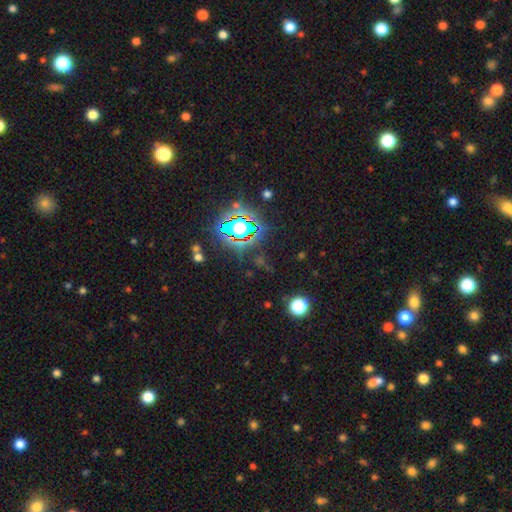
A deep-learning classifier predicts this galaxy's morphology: The model was most divided on "smooth or featured": star or artifact: 80%, smooth: 12%, featured or disk: 8%.